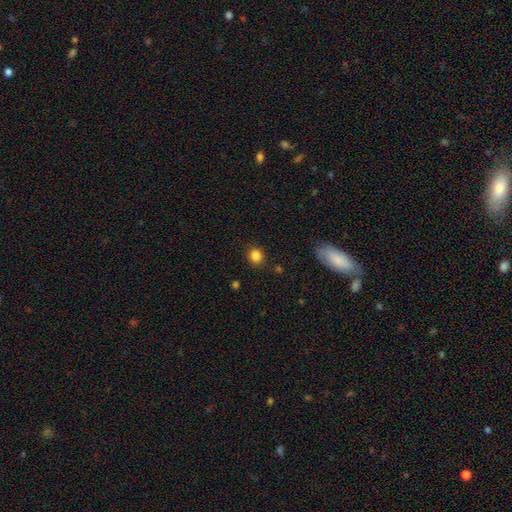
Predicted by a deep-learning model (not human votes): Morphology: type=smooth (85%); roundness=round (81%); merging=none (88%).